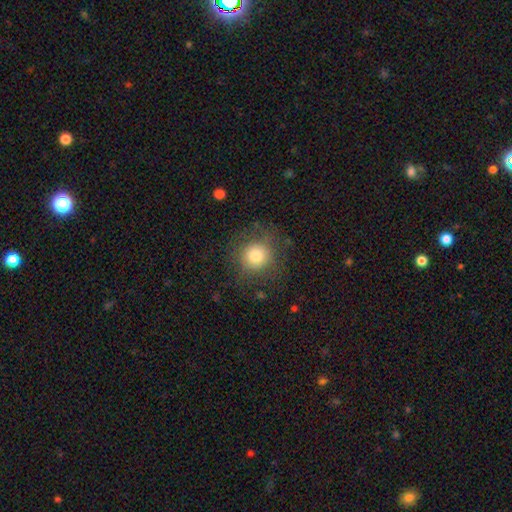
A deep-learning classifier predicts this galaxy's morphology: smooth_or_featured: smooth (p=0.80) [alt: star or artifact p=0.11]
how_rounded: round (p=0.92) [alt: in between p=0.07]
merging: none (p=0.81) [alt: minor disturbance p=0.12]